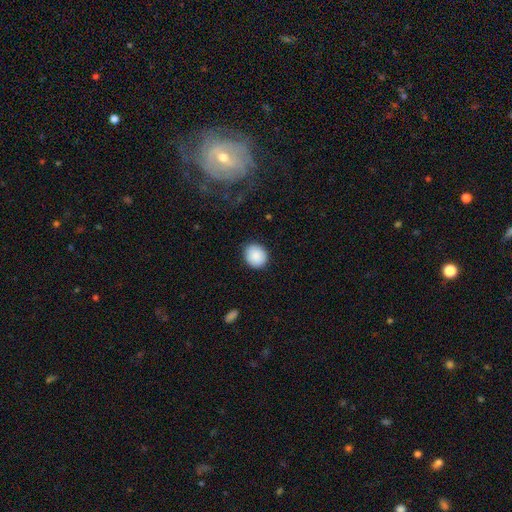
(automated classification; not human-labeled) Smooth or featured? smooth (89%)
How rounded? round (72%)
Merging? none (88%)